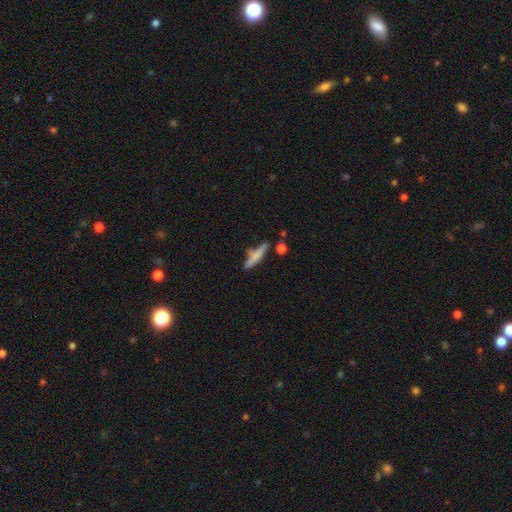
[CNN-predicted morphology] A smooth galaxy with no disk features (65%) that is cigar-shaped (88%). Merging: none (67%).